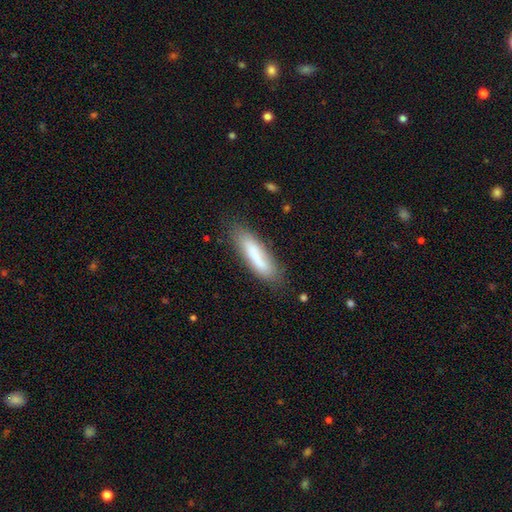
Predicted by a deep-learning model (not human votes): The model was most divided on "how rounded": cigar-shaped: 65%, in between: 33%, round: 2%. More confident: smooth or featured — smooth (72%); merging — none (72%).